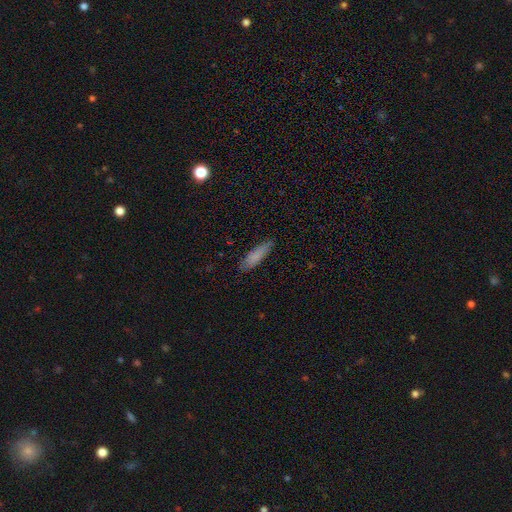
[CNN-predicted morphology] Smooth or featured?
  - smooth: 80% *
  - featured or disk: 13%
  - star or artifact: 7%
How rounded?
  - cigar-shaped: 65% *
  - in between: 34%
  - round: 2%
Merging?
  - none: 82% *
  - minor disturbance: 15%
  - major disturbance: 3%
  - merger: 1%